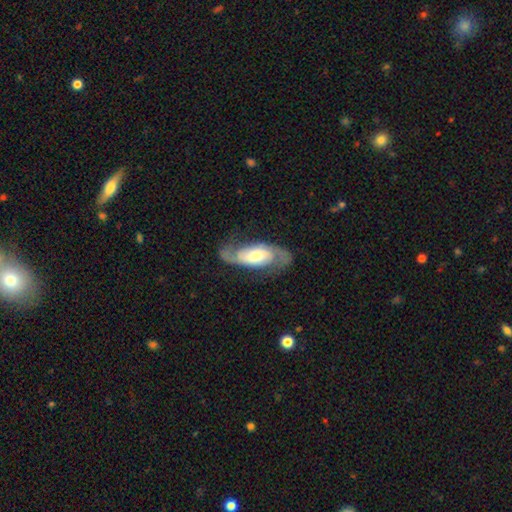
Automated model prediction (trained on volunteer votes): featured or disk 80%, smooth 14%, star or artifact 5%. Down the decision tree: edge-on disk — no (93%); bar — no (53%); spiral arms — yes (94%); spiral arm count — 2 (89%); spiral winding — medium (45%); bulge size — moderate (51%); merging — none (70%).